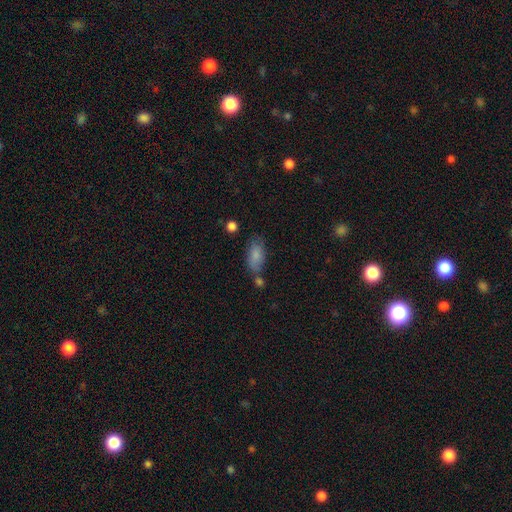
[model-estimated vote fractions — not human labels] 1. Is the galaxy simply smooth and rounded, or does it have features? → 80% smooth, 12% featured or disk, 7% star or artifact.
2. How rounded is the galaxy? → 89% in between, 8% cigar-shaped, 3% round.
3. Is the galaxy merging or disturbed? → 58% none, 22% minor disturbance, 13% merger, 7% major disturbance.